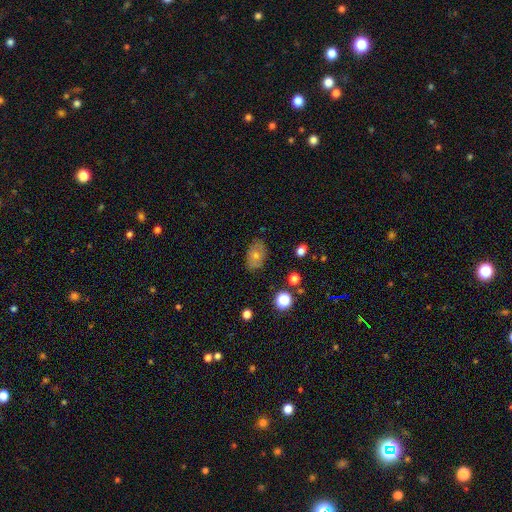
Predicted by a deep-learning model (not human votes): Smooth or featured: smooth — 59% (featured or disk — 28%)
How rounded: in between — 82% (round — 16%)
Merging: none — 81% (minor disturbance — 14%)